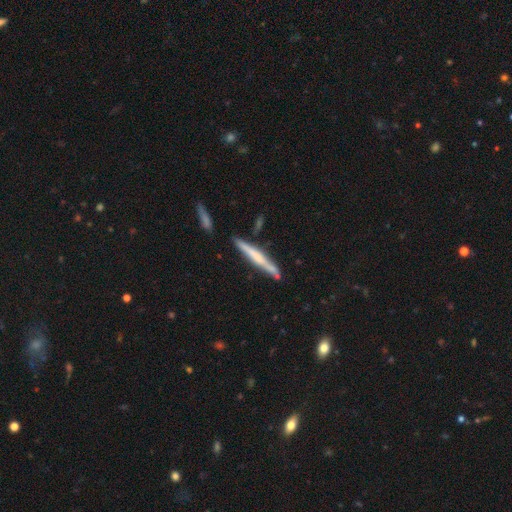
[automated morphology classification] type=featured or disk (54%); edge-on=yes (96%); edge-on bulge=none (42%); merging=none (80%).